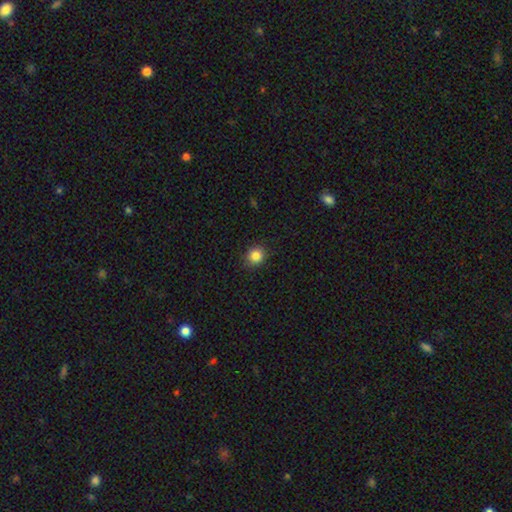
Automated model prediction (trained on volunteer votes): This appears to be a smooth galaxy with no disk features (84%) that is round (82%). Merging: none (89%).